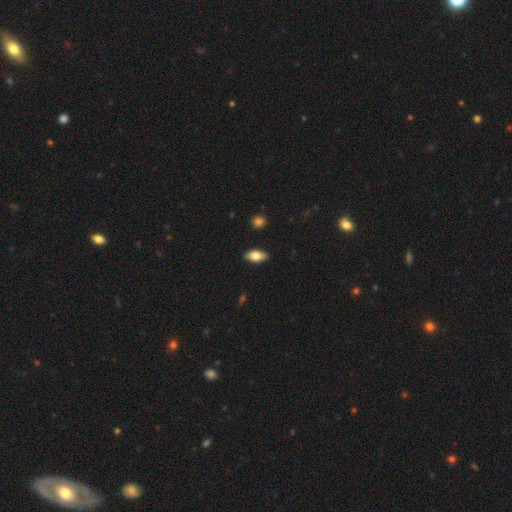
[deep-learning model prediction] This appears to be a smooth galaxy with no disk features (74%) that is in between round and cigar-shaped (89%). Merging: none (89%).